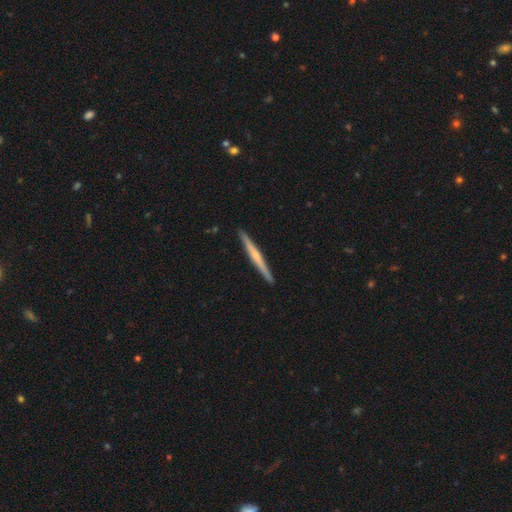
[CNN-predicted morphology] featured or disk 61%, smooth 34%, star or artifact 5%. Down the decision tree: edge-on disk — yes (98%); edge-on bulge — rounded (56%); merging — none (92%).